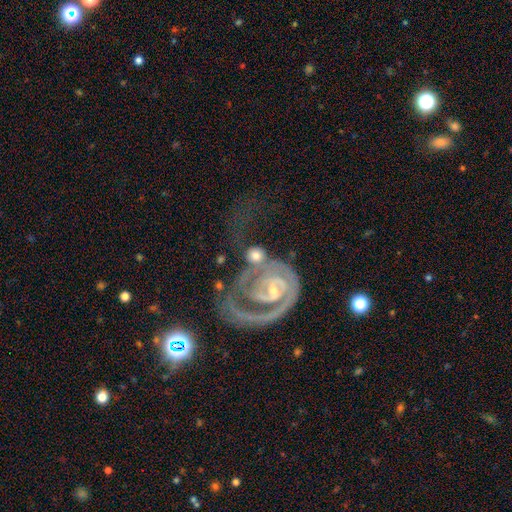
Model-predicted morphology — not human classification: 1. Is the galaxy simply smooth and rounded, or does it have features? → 54% featured or disk, 39% smooth, 7% star or artifact.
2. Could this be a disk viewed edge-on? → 96% no, 4% yes.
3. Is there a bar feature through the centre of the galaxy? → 43% no, 37% weak, 20% strong.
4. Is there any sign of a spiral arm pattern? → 82% yes, 18% no.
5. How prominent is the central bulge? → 48% moderate, 38% small, 8% large, 3% none, 2% dominant.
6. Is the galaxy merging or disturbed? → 41% none, 32% merger, 15% minor disturbance, 13% major disturbance.